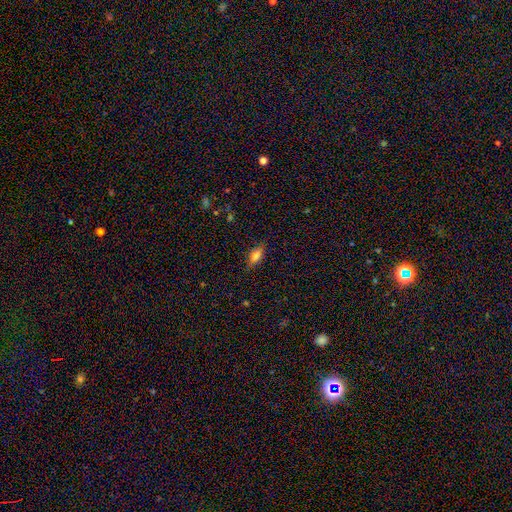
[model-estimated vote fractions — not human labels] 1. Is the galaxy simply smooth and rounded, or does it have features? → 74% smooth, 16% featured or disk, 9% star or artifact.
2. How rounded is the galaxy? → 79% in between, 17% cigar-shaped, 4% round.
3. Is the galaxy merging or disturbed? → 83% none, 13% minor disturbance, 3% major disturbance, 1% merger.